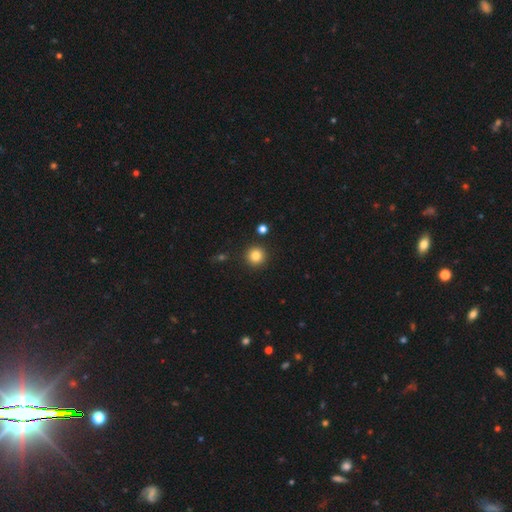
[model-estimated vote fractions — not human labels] Smooth or featured: smooth — 83% (star or artifact — 11%)
How rounded: round — 95% (in between — 4%)
Merging: none — 91% (minor disturbance — 5%)